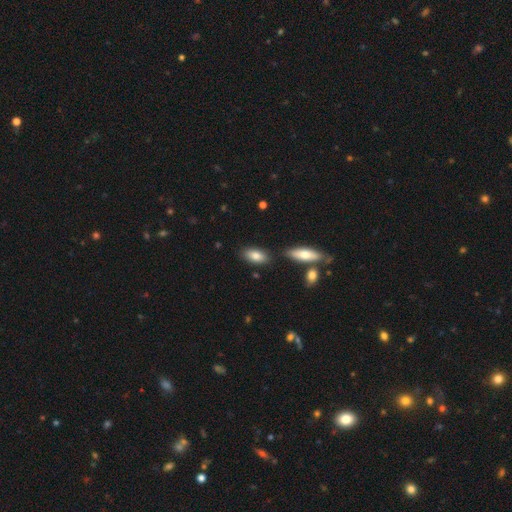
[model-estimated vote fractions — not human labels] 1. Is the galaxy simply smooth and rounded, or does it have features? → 82% smooth, 12% featured or disk, 7% star or artifact.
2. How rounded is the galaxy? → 88% in between, 9% cigar-shaped, 3% round.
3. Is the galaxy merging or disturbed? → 78% none, 12% minor disturbance, 7% merger, 3% major disturbance.